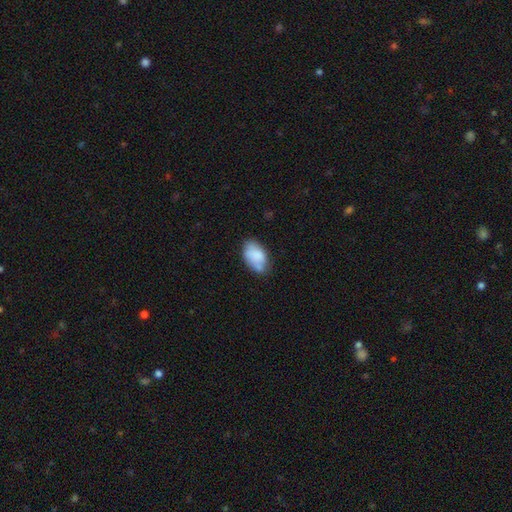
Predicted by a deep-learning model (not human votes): Overall: smooth (79%). How rounded: in between (92%). Merging: none (57%; minor disturbance 28%).